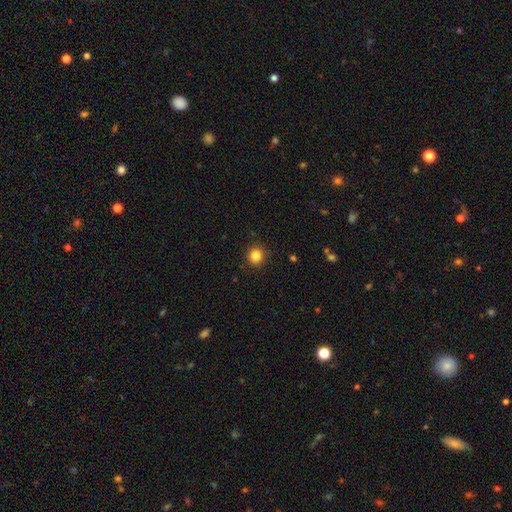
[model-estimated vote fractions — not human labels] Smooth or featured: smooth — 85% (star or artifact — 11%)
How rounded: round — 88% (in between — 11%)
Merging: none — 90% (minor disturbance — 7%)